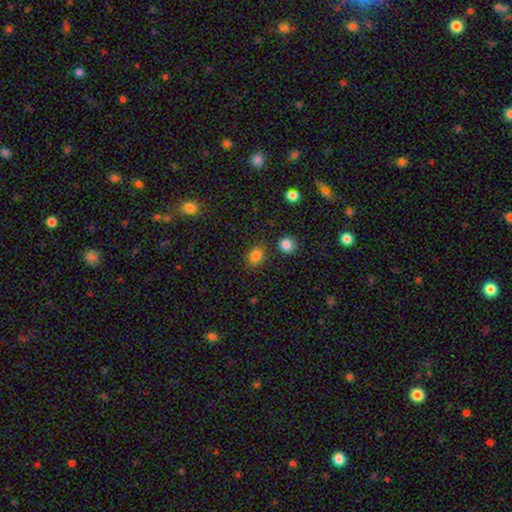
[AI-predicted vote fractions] A smooth galaxy with no disk features (81%) that is round (58%). Merging: none (79%).